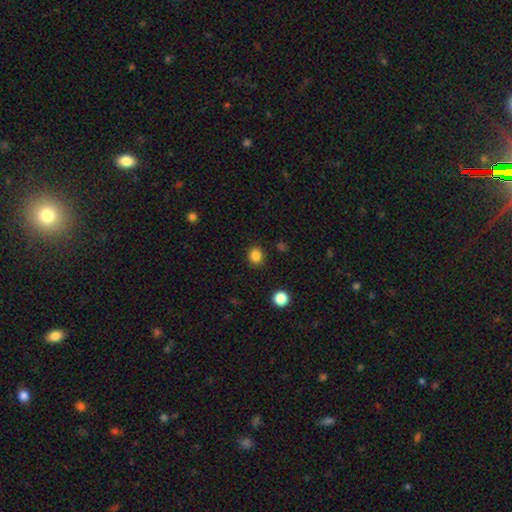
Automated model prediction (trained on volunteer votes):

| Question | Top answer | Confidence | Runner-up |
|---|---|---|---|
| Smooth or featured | smooth | 84% | star or artifact (12%) |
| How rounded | round | 82% | in between (17%) |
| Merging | none | 89% | minor disturbance (7%) |